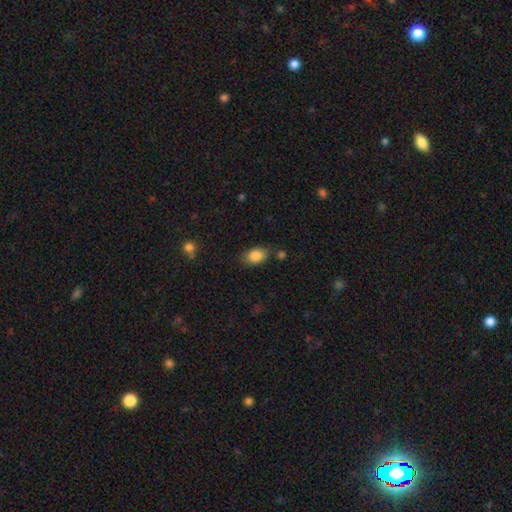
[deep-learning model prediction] Smooth or featured?
  - smooth: 87% *
  - star or artifact: 8%
  - featured or disk: 5%
How rounded?
  - in between: 83% *
  - round: 16%
  - cigar-shaped: 1%
Merging?
  - none: 77% *
  - minor disturbance: 15%
  - merger: 4%
  - major disturbance: 4%